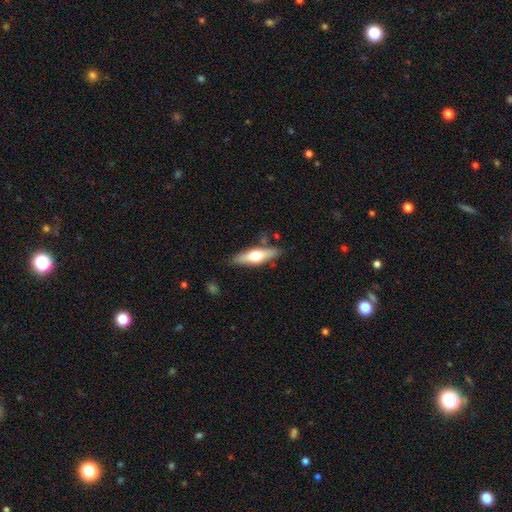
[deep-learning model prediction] Q: Smooth or featured?
A: featured or disk (49%); runner-up: smooth (45%)
Q: Merging?
A: none (82%); runner-up: minor disturbance (12%)